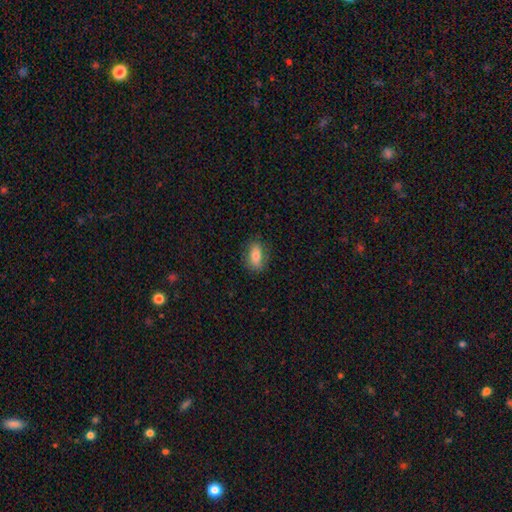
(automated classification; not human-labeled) Smooth or featured? Predicted: smooth (p=0.77). How rounded? Predicted: in between (p=0.81). Merging? Predicted: none (p=0.82).